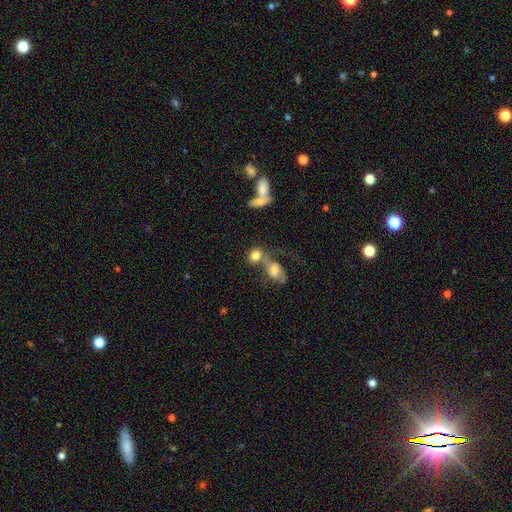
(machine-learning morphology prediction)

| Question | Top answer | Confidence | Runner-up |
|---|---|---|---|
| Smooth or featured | smooth | 74% | featured or disk (16%) |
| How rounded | round | 58% | in between (39%) |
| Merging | merger | 51% | none (31%) |